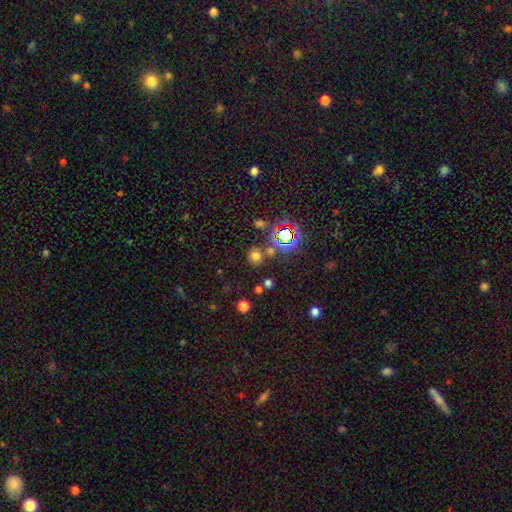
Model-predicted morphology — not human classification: The model was most divided on "smooth or featured": smooth: 63%, star or artifact: 30%, featured or disk: 7%. More confident: how rounded — round (86%); merging — none (76%).